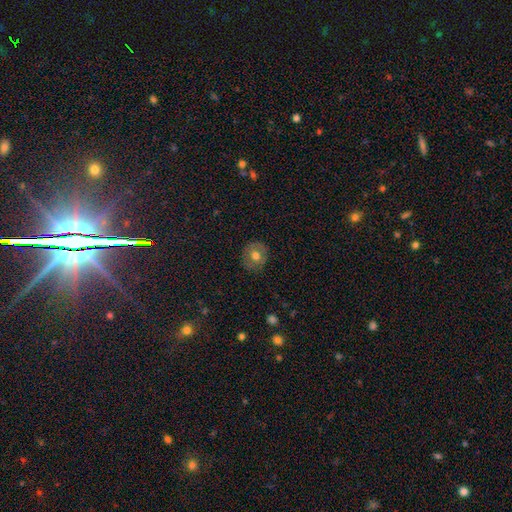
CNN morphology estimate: Smooth or featured? Predicted: smooth (p=0.64). How rounded? Predicted: round (p=0.86). Merging? Predicted: none (p=0.85).